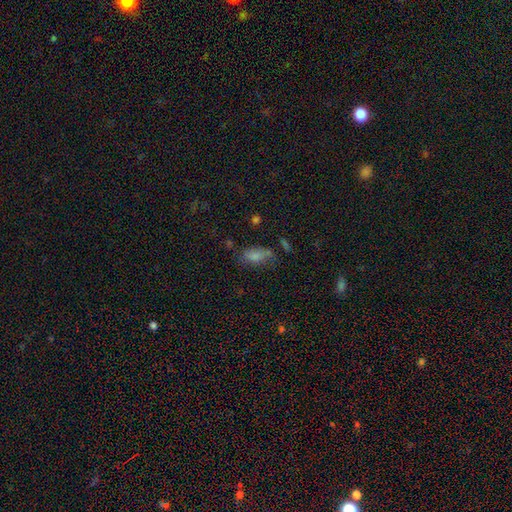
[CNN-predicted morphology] Smooth or featured?
  - smooth: 76% *
  - star or artifact: 12%
  - featured or disk: 12%
How rounded?
  - in between: 85% *
  - cigar-shaped: 11%
  - round: 5%
Merging?
  - none: 48% *
  - minor disturbance: 29%
  - major disturbance: 15%
  - merger: 8%